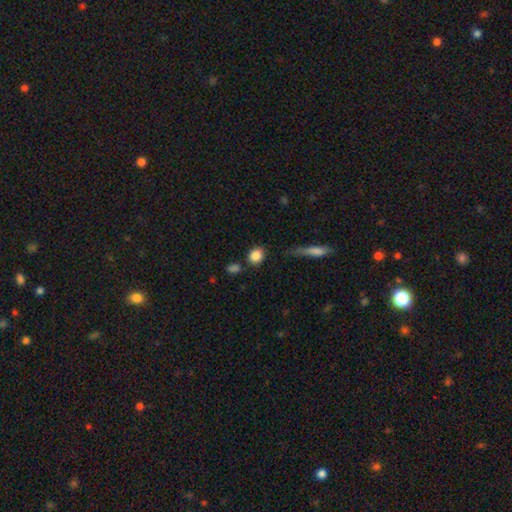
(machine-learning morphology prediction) Overall: smooth (86%). How rounded: round (64%; in between 34%). Merging: none (76%).